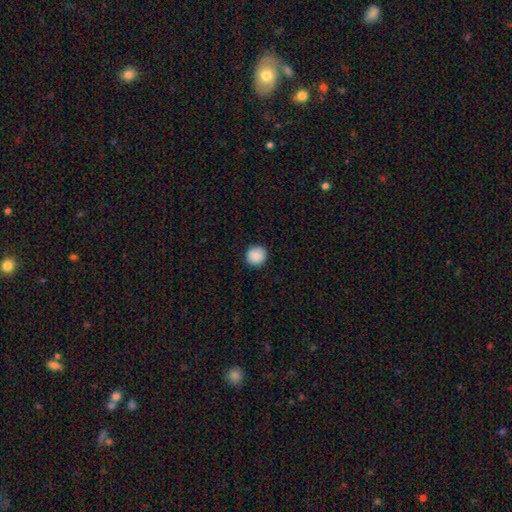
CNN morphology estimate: This is clearly a smooth galaxy (90%). How rounded: clearly round (93%). Merging: clearly none (92%).